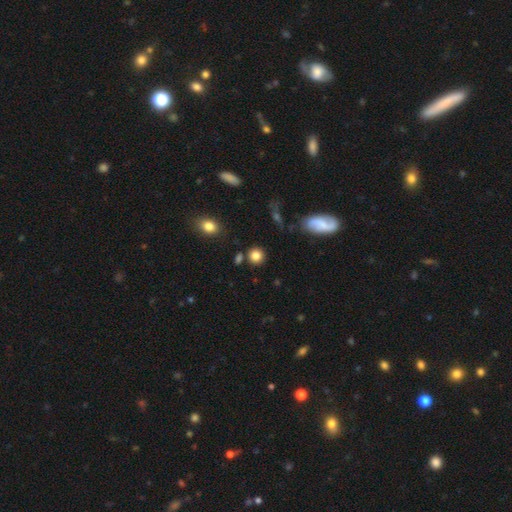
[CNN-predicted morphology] A smooth galaxy with no disk features (83%) that is round (87%). Merging: none (83%).